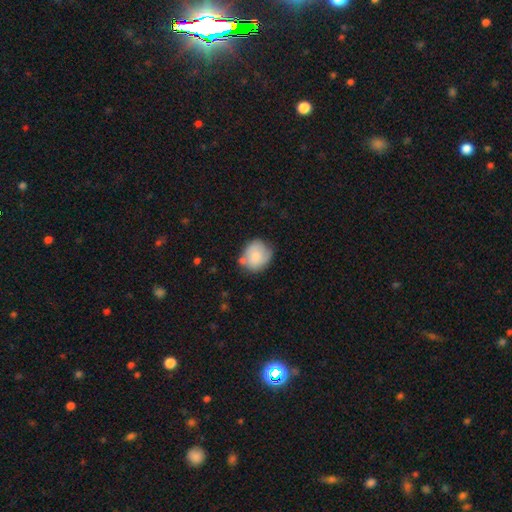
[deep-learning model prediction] smooth_or_featured: smooth (p=0.73) [alt: featured or disk p=0.20]
how_rounded: round (p=0.76) [alt: in between p=0.23]
merging: none (p=0.59) [alt: minor disturbance p=0.25]